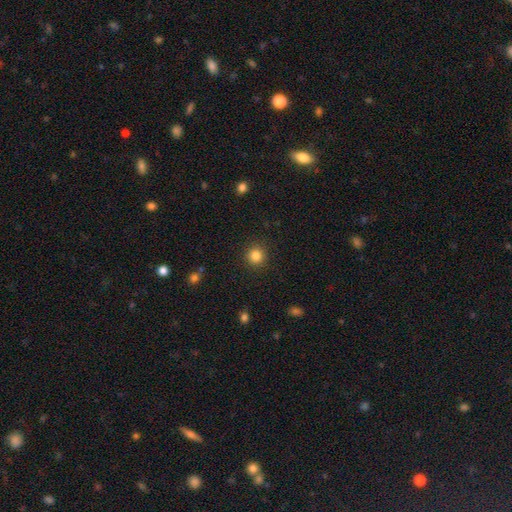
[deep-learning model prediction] smooth 84%, star or artifact 12%, featured or disk 4%. Down the decision tree: how rounded — round (94%); merging — none (91%).